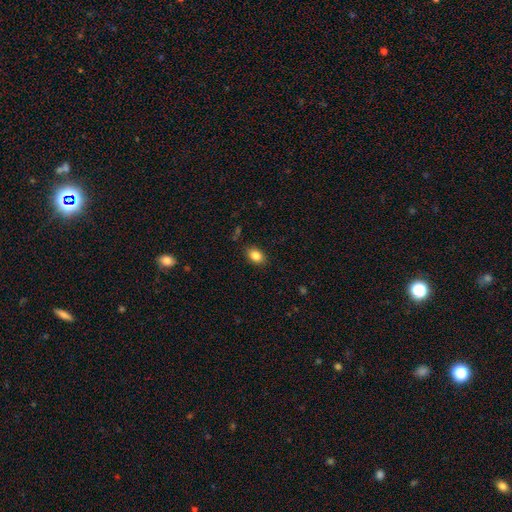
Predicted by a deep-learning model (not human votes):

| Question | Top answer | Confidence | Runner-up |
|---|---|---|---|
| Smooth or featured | smooth | 85% | star or artifact (9%) |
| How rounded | in between | 79% | round (20%) |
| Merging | none | 85% | minor disturbance (11%) |